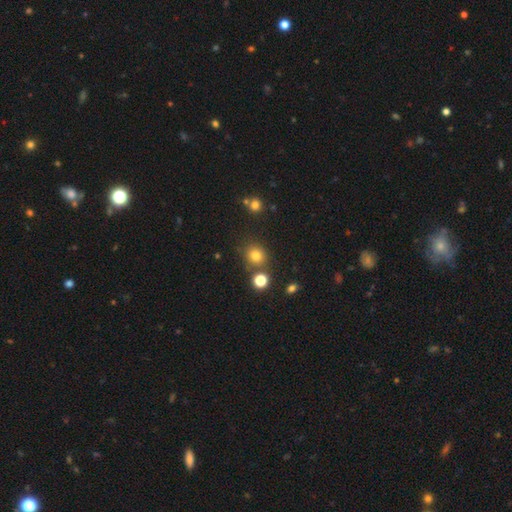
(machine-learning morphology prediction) This is likely a smooth galaxy (79%). How rounded: clearly round (83%). Merging: likely none (77%).